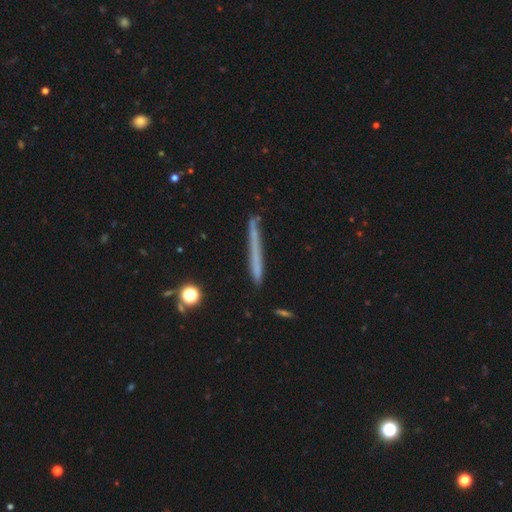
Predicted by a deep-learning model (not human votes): smooth 53%, featured or disk 38%, star or artifact 9%. Down the decision tree: how rounded — cigar-shaped (97%); merging — none (83%).